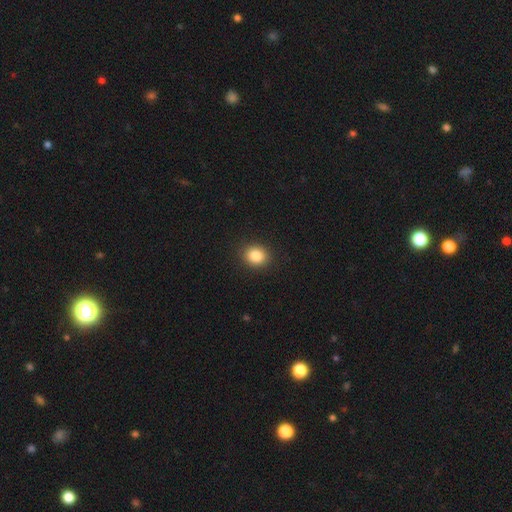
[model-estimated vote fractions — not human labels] smooth_or_featured: smooth (p=0.85) [alt: star or artifact p=0.10]
how_rounded: round (p=0.69) [alt: in between p=0.31]
merging: none (p=0.91) [alt: minor disturbance p=0.06]